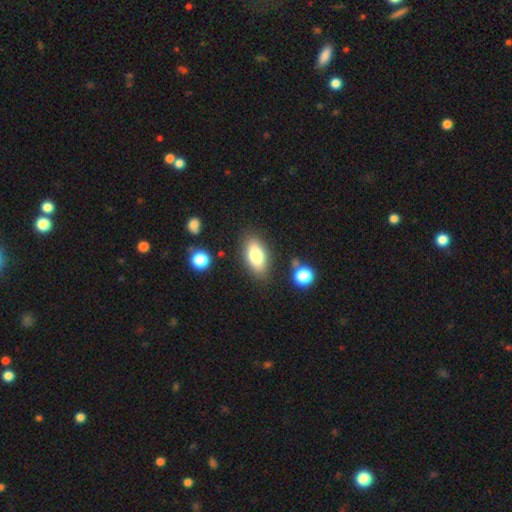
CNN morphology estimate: A smooth galaxy with no disk features (77%) that is in between round and cigar-shaped (87%).

Vote fractions:
- Smooth or featured? smooth: 77% / featured or disk: 15% / star or artifact: 8%
- How rounded? in between: 87% / cigar-shaped: 9% / round: 4%
- Merging? none: 83% / minor disturbance: 11% / major disturbance: 3% / merger: 3%